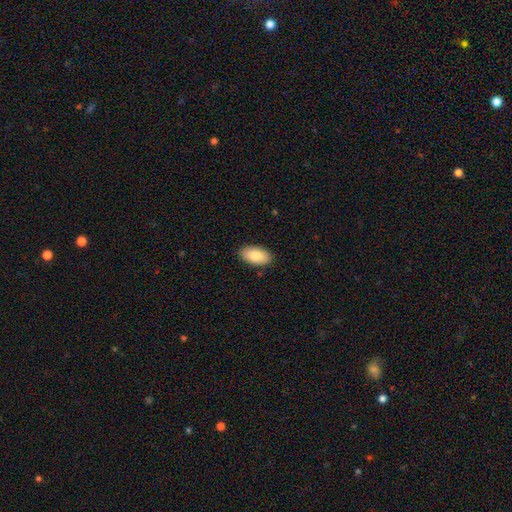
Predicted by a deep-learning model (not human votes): Smooth or featured? smooth (86%)
How rounded? in between (95%)
Merging? none (89%)